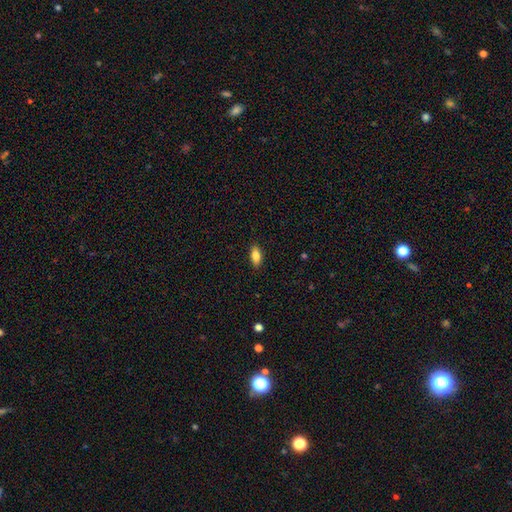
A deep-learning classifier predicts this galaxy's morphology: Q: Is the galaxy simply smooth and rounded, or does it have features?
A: smooth — 84%.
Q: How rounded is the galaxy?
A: in between — 88%.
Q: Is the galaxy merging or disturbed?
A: none — 89%.